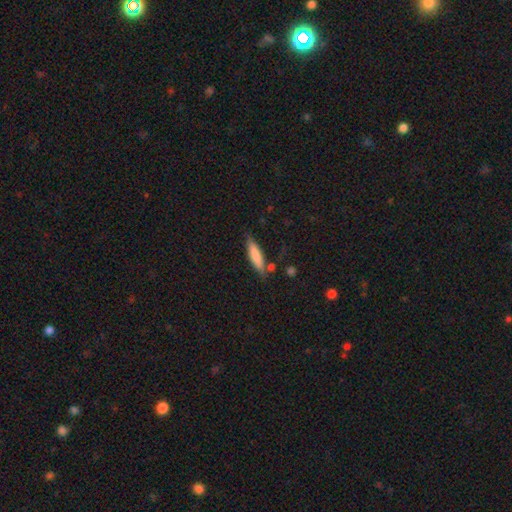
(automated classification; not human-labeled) Smooth or featured: smooth — 77% (featured or disk — 17%)
How rounded: cigar-shaped — 74% (in between — 24%)
Merging: none — 76% (minor disturbance — 16%)